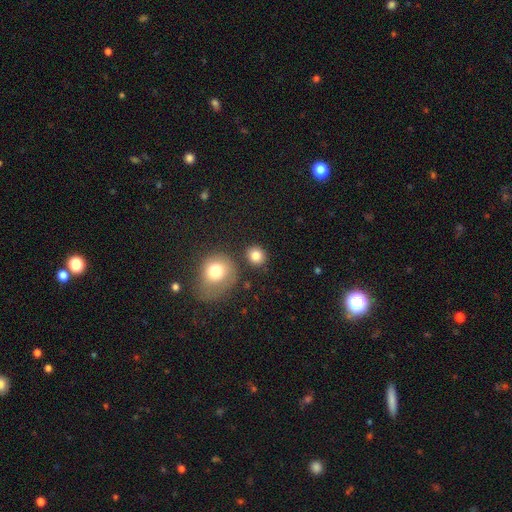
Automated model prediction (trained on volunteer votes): Smooth or featured? smooth (82%)
How rounded? round (79%)
Merging? none (79%)